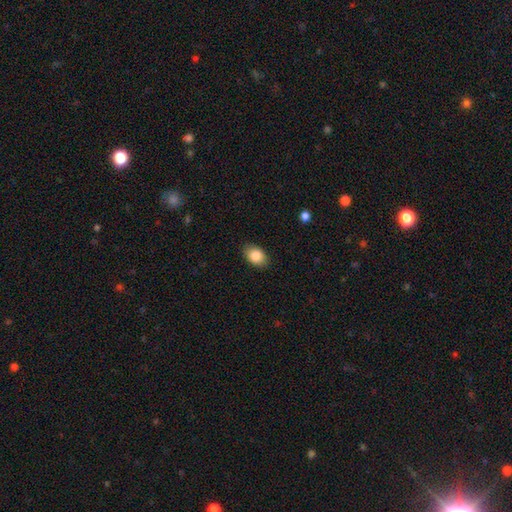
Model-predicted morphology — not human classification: This appears to be a smooth galaxy with no disk features (85%) that is in between round and cigar-shaped (81%). Merging: none (86%).